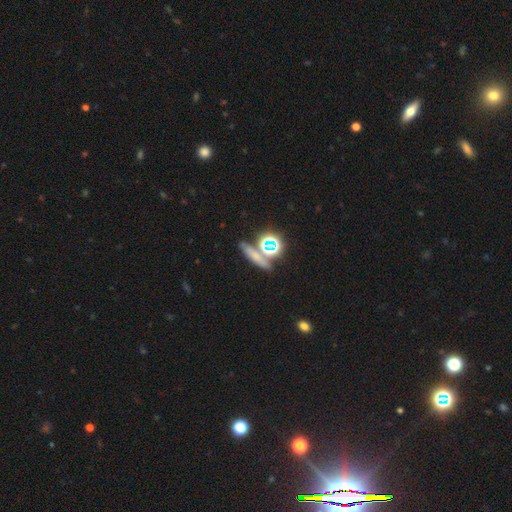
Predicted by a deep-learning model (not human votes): This appears to be a smooth galaxy with no disk features (50%) that is cigar-shaped (54%). Merging: none (68%).